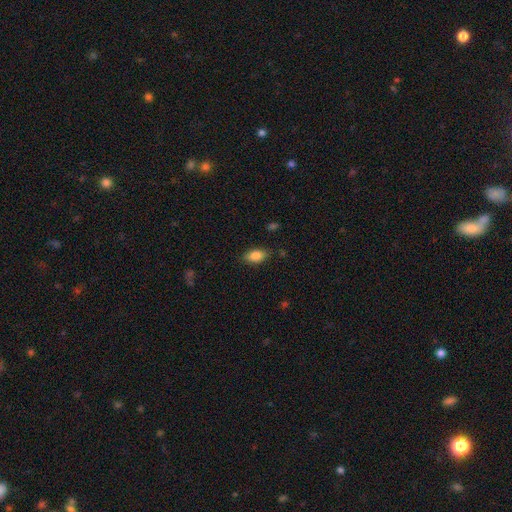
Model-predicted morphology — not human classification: Smooth or featured? Predicted: smooth (p=0.85). How rounded? Predicted: in between (p=0.89). Merging? Predicted: none (p=0.84).